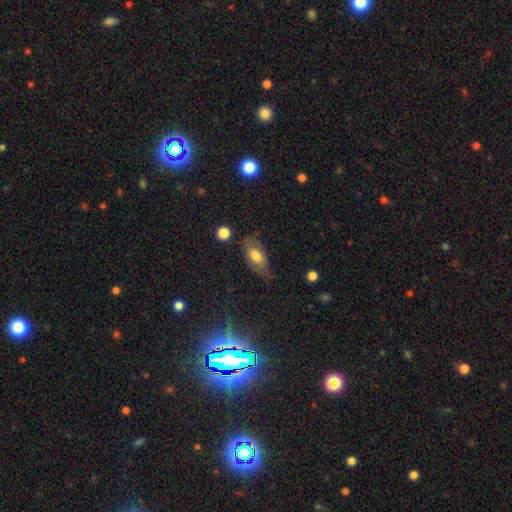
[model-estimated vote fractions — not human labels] Q: Smooth or featured?
A: smooth (64%); runner-up: featured or disk (28%)
Q: How rounded?
A: in between (85%); runner-up: cigar-shaped (10%)
Q: Merging?
A: none (58%); runner-up: minor disturbance (30%)